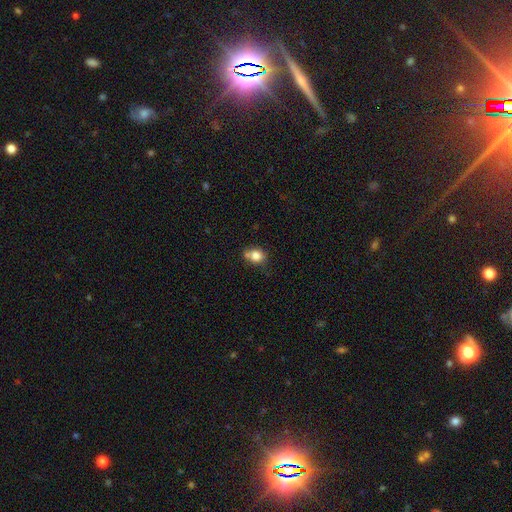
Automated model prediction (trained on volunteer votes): Q: Smooth or featured?
A: smooth (80%); runner-up: star or artifact (10%)
Q: How rounded?
A: round (57%); runner-up: in between (42%)
Q: Merging?
A: none (56%); runner-up: minor disturbance (20%)